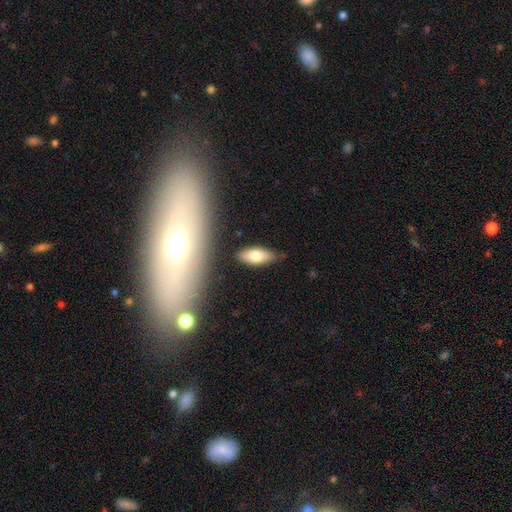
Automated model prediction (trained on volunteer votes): Smooth or featured? Predicted: smooth (p=0.74). How rounded? Predicted: in between (p=0.81). Merging? Predicted: none (p=0.82).